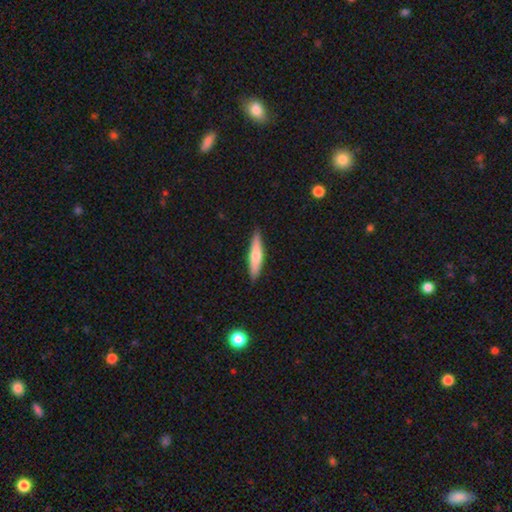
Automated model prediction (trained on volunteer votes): smooth_or_featured: smooth (p=0.63) [alt: featured or disk p=0.31]
how_rounded: cigar-shaped (p=0.82) [alt: in between p=0.16]
merging: none (p=0.89) [alt: minor disturbance p=0.08]